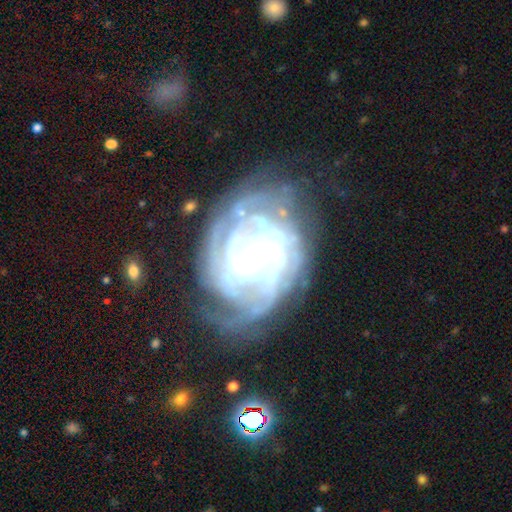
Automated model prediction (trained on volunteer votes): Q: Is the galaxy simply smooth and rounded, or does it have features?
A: featured or disk — 87%.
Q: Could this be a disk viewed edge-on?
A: no — 97%.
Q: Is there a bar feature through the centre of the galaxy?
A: no — 61%.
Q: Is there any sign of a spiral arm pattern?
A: yes — 94%.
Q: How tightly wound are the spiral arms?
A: tight — 69%.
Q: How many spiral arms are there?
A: can't tell — 31%.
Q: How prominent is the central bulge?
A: small — 68%.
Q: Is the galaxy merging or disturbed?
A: none — 62%.